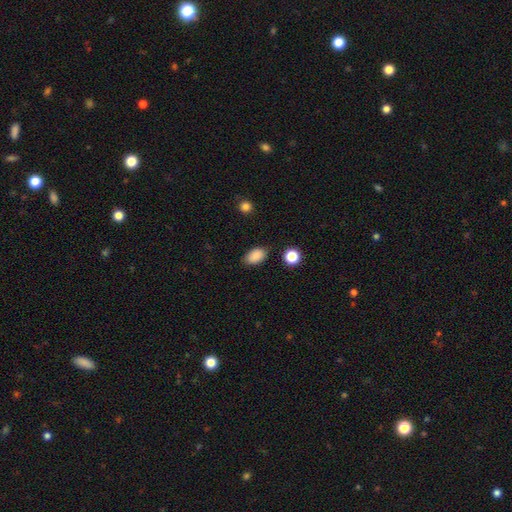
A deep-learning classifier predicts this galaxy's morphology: The model was most divided on "merging": none: 82%, minor disturbance: 13%, major disturbance: 3%, merger: 2%. More confident: how rounded — in between (88%); smooth or featured — smooth (88%).